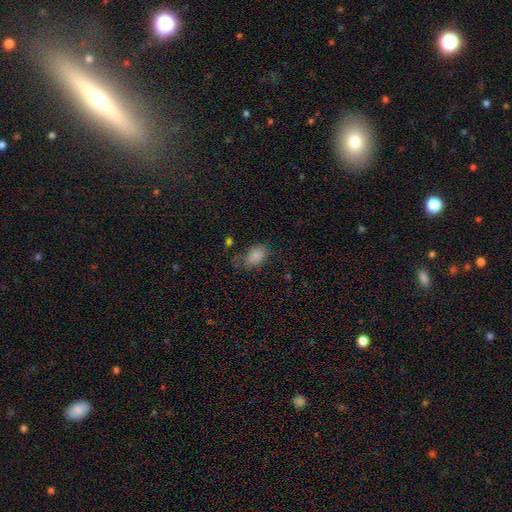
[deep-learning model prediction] A smooth galaxy with no disk features (84%) that is in between round and cigar-shaped (84%).

Vote fractions:
- Smooth or featured? smooth: 84% / star or artifact: 10% / featured or disk: 6%
- How rounded? in between: 84% / round: 15% / cigar-shaped: 1%
- Merging? none: 66% / minor disturbance: 22% / major disturbance: 8% / merger: 4%